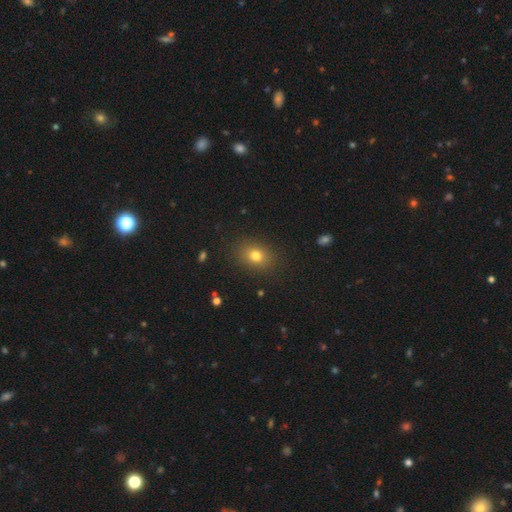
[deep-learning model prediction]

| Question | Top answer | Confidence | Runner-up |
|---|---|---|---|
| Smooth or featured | smooth | 78% | star or artifact (13%) |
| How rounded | in between | 59% | round (40%) |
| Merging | none | 86% | minor disturbance (9%) |